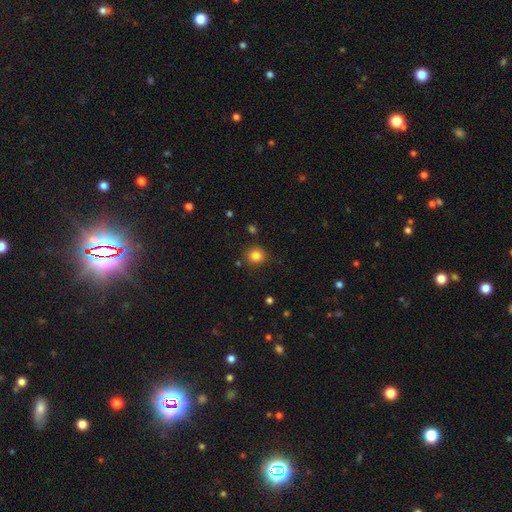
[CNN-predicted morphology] Smooth or featured: smooth — 83% (star or artifact — 12%)
How rounded: round — 86% (in between — 13%)
Merging: none — 84% (minor disturbance — 10%)